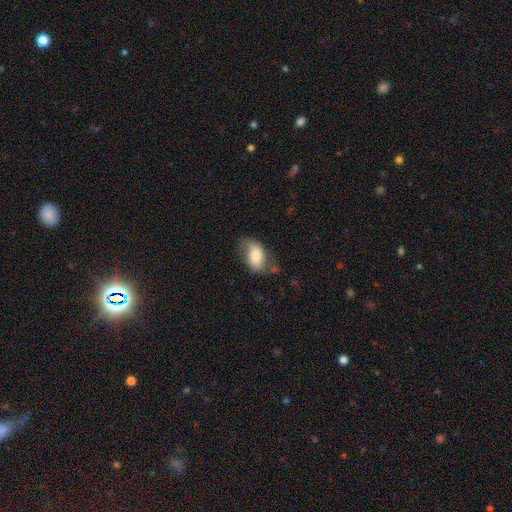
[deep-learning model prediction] The model was most divided on "merging": none: 53%, minor disturbance: 30%, major disturbance: 12%, merger: 4%. More confident: how rounded — in between (90%); smooth or featured — smooth (66%).